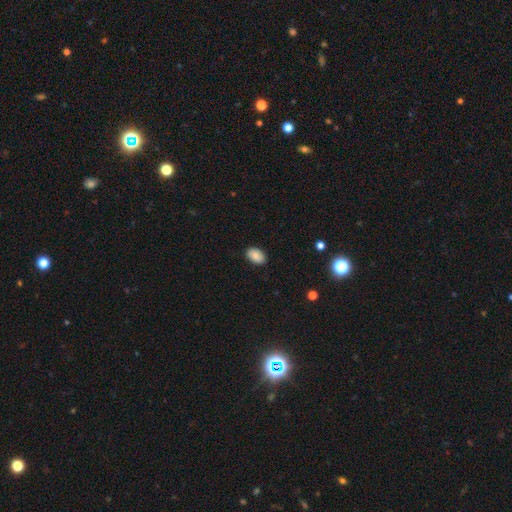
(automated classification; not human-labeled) smooth_or_featured: smooth (p=0.87) [alt: star or artifact p=0.08]
how_rounded: in between (p=0.88) [alt: round p=0.10]
merging: none (p=0.87) [alt: minor disturbance p=0.10]